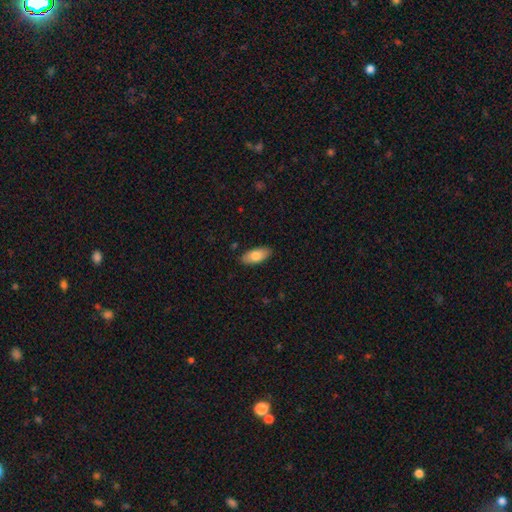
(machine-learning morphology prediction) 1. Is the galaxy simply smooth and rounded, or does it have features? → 81% smooth, 13% featured or disk, 6% star or artifact.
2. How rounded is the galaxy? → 90% in between, 8% cigar-shaped, 2% round.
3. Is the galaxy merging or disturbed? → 87% none, 10% minor disturbance, 2% major disturbance, 1% merger.